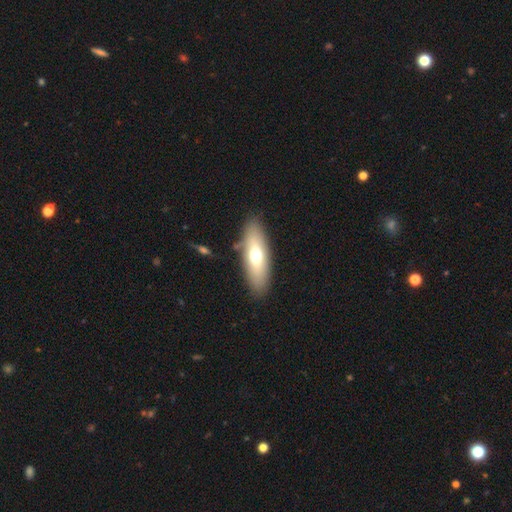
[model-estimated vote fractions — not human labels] smooth-or-featured: smooth: 60% | featured or disk: 34% | star or artifact: 7%
  how-rounded: in between: 64% | cigar-shaped: 34% | round: 3%
  merging: none: 83% | minor disturbance: 11% | major disturbance: 3% | merger: 3%